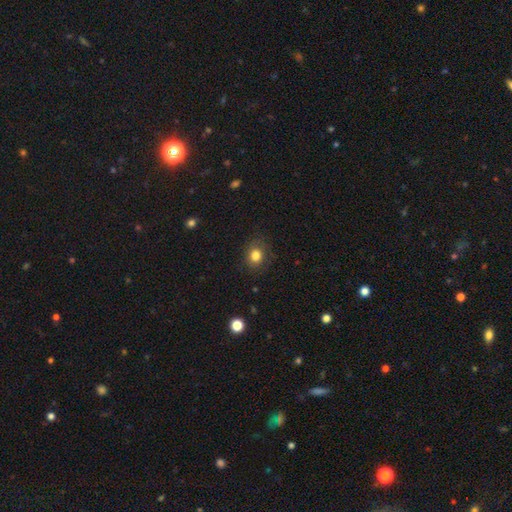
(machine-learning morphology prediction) A smooth galaxy with no disk features (82%) that is round (68%).

Vote fractions:
- Smooth or featured? smooth: 82% / star or artifact: 11% / featured or disk: 7%
- How rounded? round: 68% / in between: 31% / cigar-shaped: 1%
- Merging? none: 81% / minor disturbance: 14% / major disturbance: 4% / merger: 1%